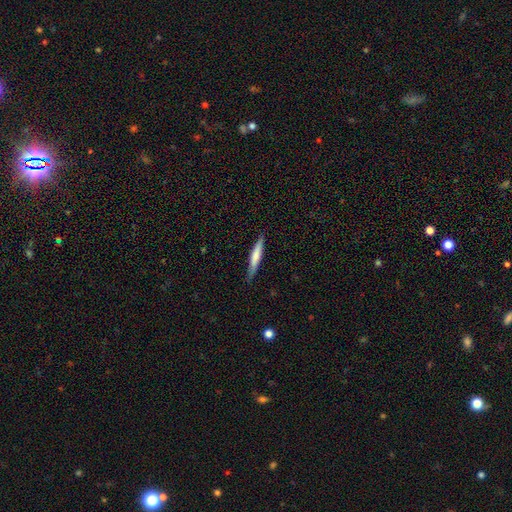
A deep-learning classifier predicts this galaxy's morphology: A smooth galaxy with no disk features (61%) that is cigar-shaped (93%).

Vote fractions:
- Smooth or featured? smooth: 61% / featured or disk: 33% / star or artifact: 5%
- How rounded? cigar-shaped: 93% / in between: 6% / round: 1%
- Merging? none: 85% / minor disturbance: 12% / major disturbance: 2% / merger: 1%